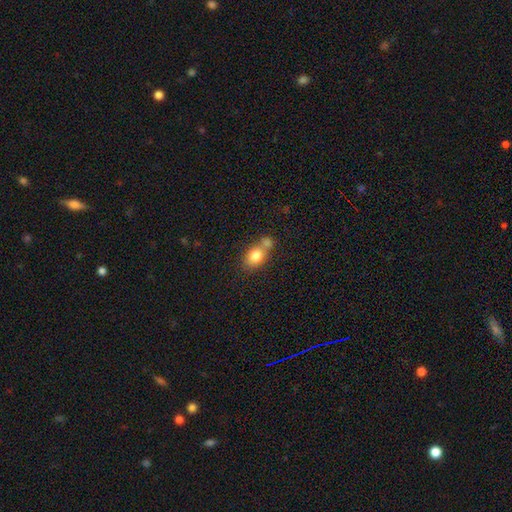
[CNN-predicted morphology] Smooth or featured? Predicted: smooth (p=0.82). How rounded? Predicted: in between (p=0.66). Merging? Predicted: merger (p=0.43).